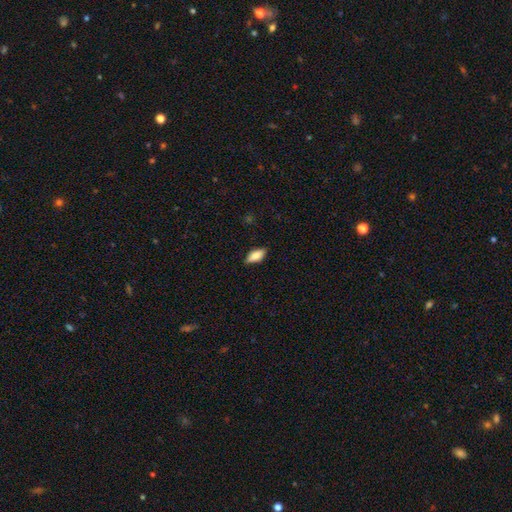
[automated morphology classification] type=smooth (81%); roundness=in between (85%); merging=none (81%).